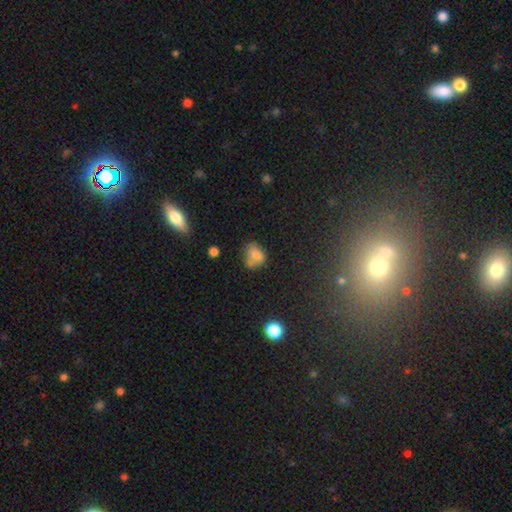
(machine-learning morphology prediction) A smooth galaxy with no disk features (74%) that is in between round and cigar-shaped (73%).

Vote fractions:
- Smooth or featured? smooth: 74% / featured or disk: 14% / star or artifact: 12%
- How rounded? in between: 73% / round: 25% / cigar-shaped: 2%
- Merging? none: 38% / merger: 32% / minor disturbance: 21% / major disturbance: 9%